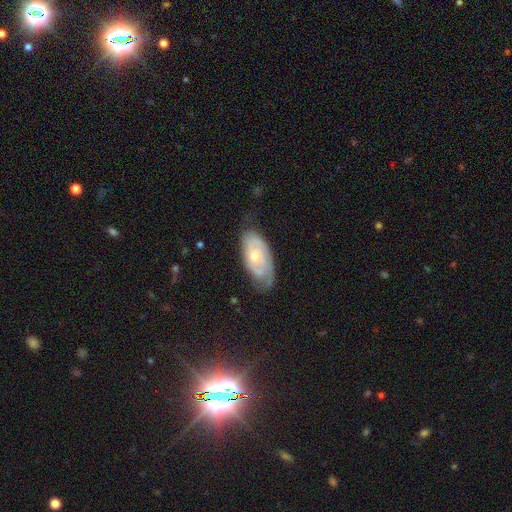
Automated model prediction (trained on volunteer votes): This appears to be a featured or disk galaxy (61%) with no bar (75%), spiral arms (76%) and a moderate central bulge (61%). Merging: none (55%).